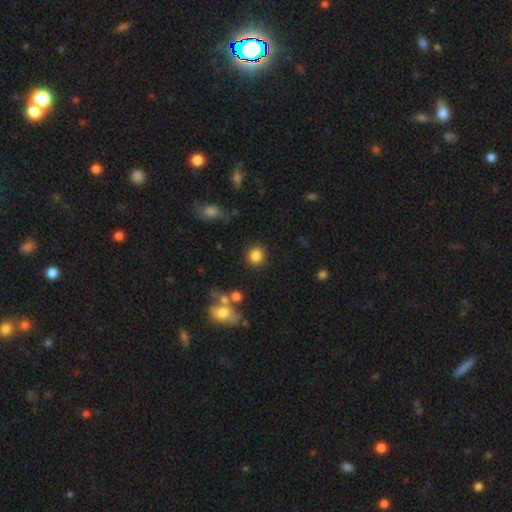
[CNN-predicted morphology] Q: Smooth or featured?
A: smooth (84%); runner-up: star or artifact (11%)
Q: How rounded?
A: round (89%); runner-up: in between (10%)
Q: Merging?
A: none (86%); runner-up: minor disturbance (8%)